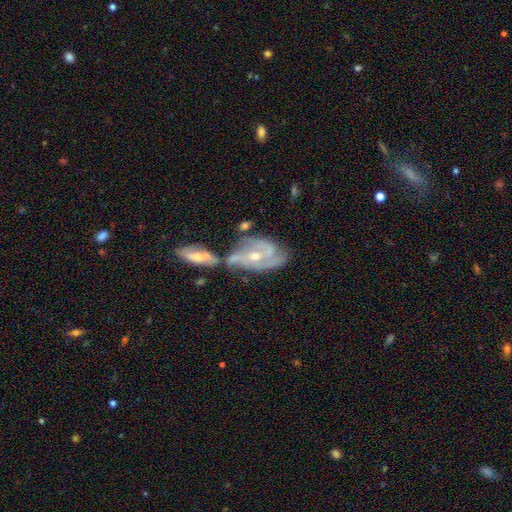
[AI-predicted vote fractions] This is clearly a featured or disk galaxy (82%). It is clearly not viewed edge-on (95%). Bar: possibly no (55%). Spiral arm pattern: clearly yes (91%). Spiral arm count: marginally 2 (37%). Spiral winding: marginally tight (44%). Central bulge: possibly moderate (52%). Merging: marginally merger (42%).